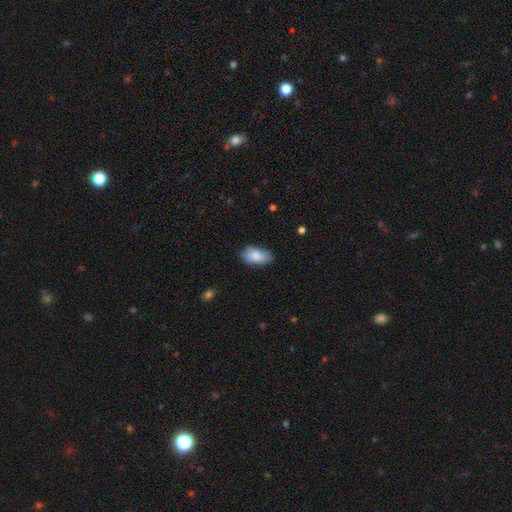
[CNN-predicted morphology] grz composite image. It shows a smooth galaxy with no disk features (85%) that is in between round and cigar-shaped (94%). Merging: none (72%).